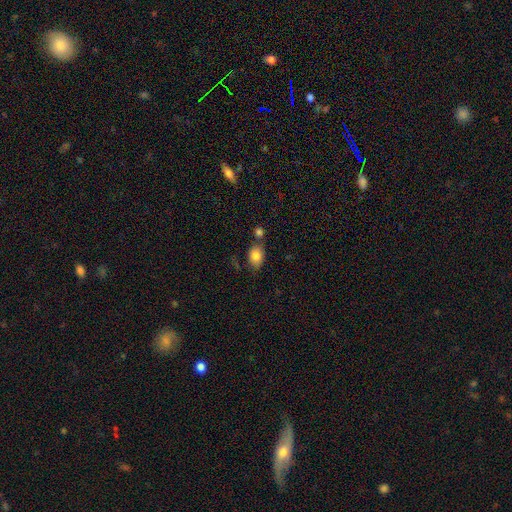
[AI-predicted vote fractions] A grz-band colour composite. It shows a smooth galaxy with no disk features (82%) that is in between round and cigar-shaped (79%). Merging: none (58%).